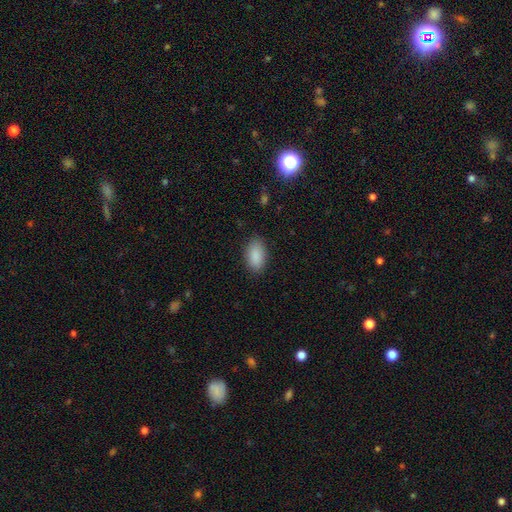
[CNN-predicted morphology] Overall: smooth (90%). How rounded: in between (93%). Merging: none (86%).